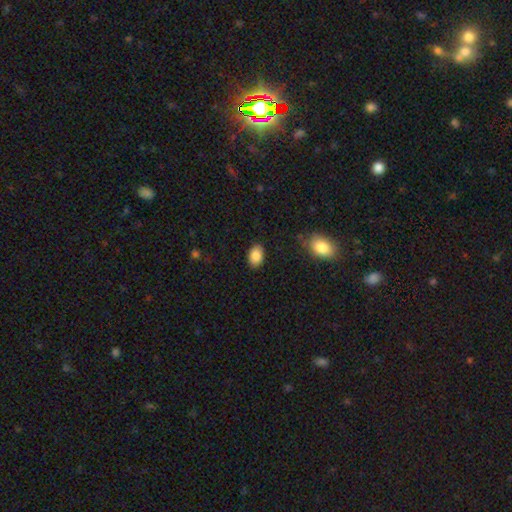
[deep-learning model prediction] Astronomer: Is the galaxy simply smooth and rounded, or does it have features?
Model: smooth — 87%.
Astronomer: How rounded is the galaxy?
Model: in between — 87%.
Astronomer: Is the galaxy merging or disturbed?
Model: none — 86%.